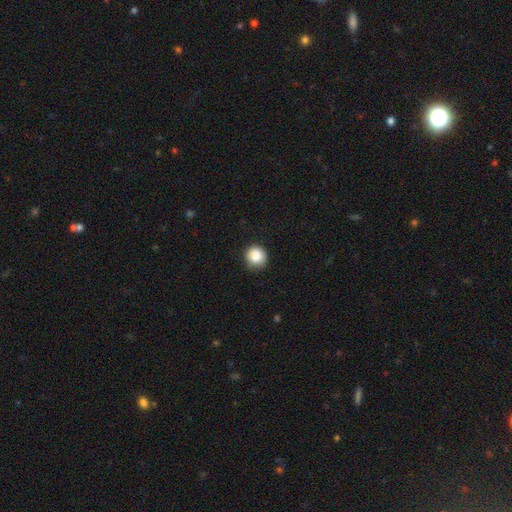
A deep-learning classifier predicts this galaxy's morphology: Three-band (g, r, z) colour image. It shows a smooth galaxy with no disk features (88%) that is round (92%). Merging: none (86%).